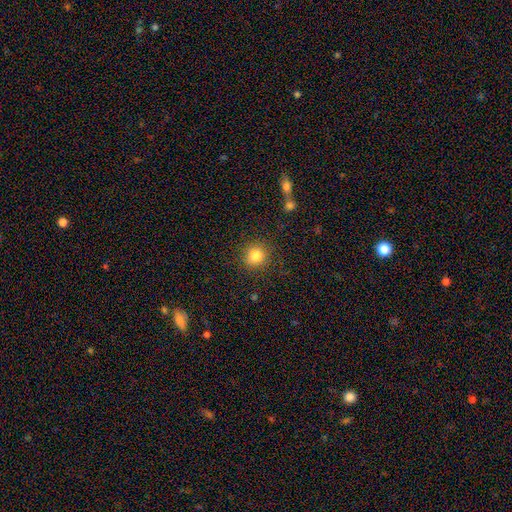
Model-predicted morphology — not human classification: Overall: smooth (83%). How rounded: round (92%). Merging: none (89%).